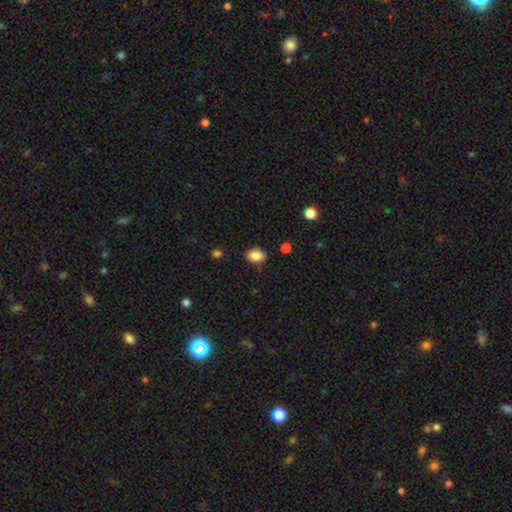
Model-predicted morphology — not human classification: A smooth galaxy with no disk features (86%) that is in between round and cigar-shaped (71%). Merging: none (78%).